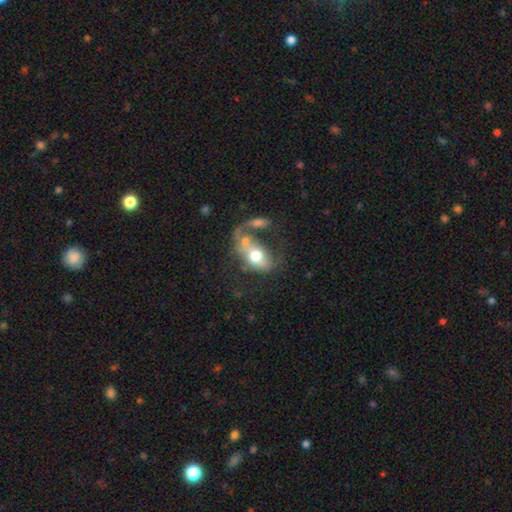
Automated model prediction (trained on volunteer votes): Morphology: type=smooth (55%); roundness=in between (78%); merging=merger (50%).